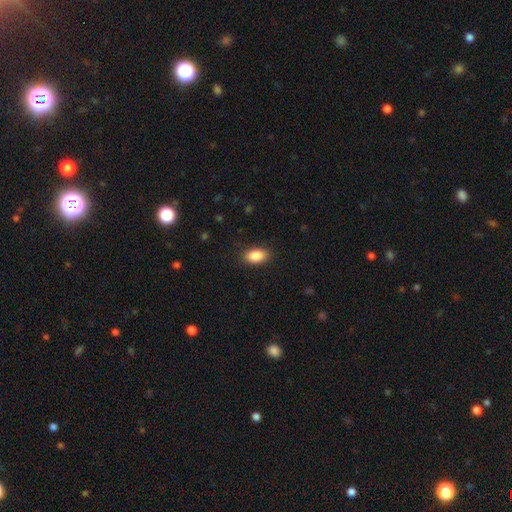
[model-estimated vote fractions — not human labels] Q: Smooth or featured?
A: smooth (89%); runner-up: star or artifact (7%)
Q: How rounded?
A: in between (92%); runner-up: round (6%)
Q: Merging?
A: none (87%); runner-up: minor disturbance (9%)